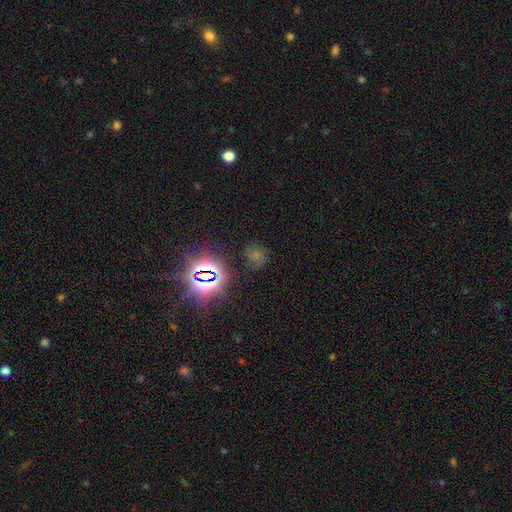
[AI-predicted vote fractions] A star or artifact, not a galaxy (47%).

Vote fractions:
- Smooth or featured? star or artifact: 47% / smooth: 38% / featured or disk: 15%